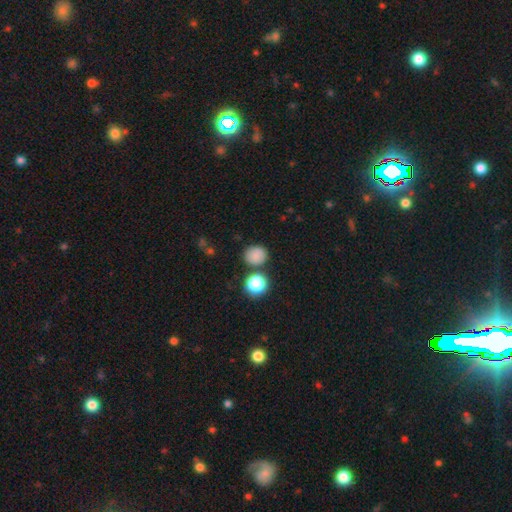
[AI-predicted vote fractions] Overall: smooth (80%). How rounded: round (80%). Merging: none (75%).